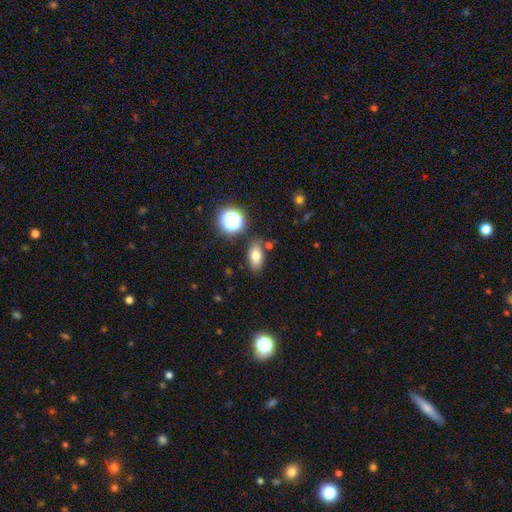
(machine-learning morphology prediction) smooth_or_featured: smooth (p=0.75) [alt: star or artifact p=0.13]
how_rounded: in between (p=0.83) [alt: round p=0.11]
merging: none (p=0.81) [alt: minor disturbance p=0.12]